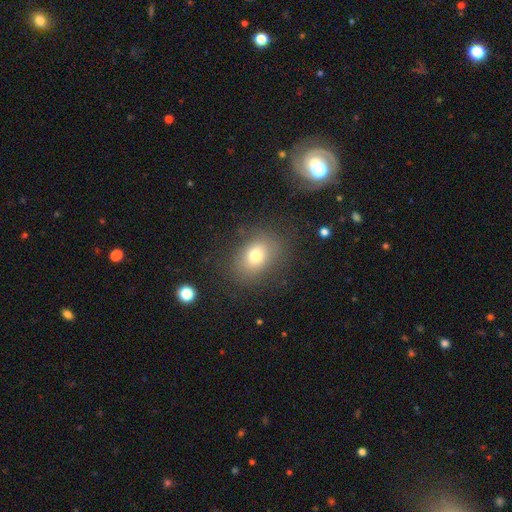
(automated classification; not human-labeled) smooth-or-featured: smooth: 74% | featured or disk: 13% | star or artifact: 13%
  how-rounded: in between: 60% | round: 38% | cigar-shaped: 1%
  merging: none: 78% | minor disturbance: 13% | major disturbance: 7% | merger: 2%